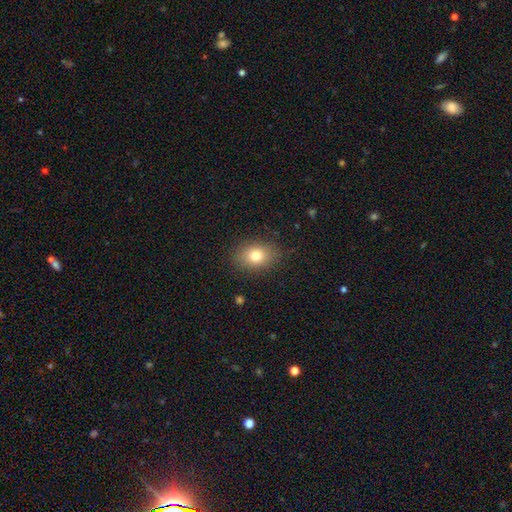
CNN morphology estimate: smooth-or-featured: smooth: 78% | featured or disk: 11% | star or artifact: 11%
  how-rounded: in between: 66% | round: 33% | cigar-shaped: 1%
  merging: none: 86% | minor disturbance: 10% | major disturbance: 3% | merger: 1%